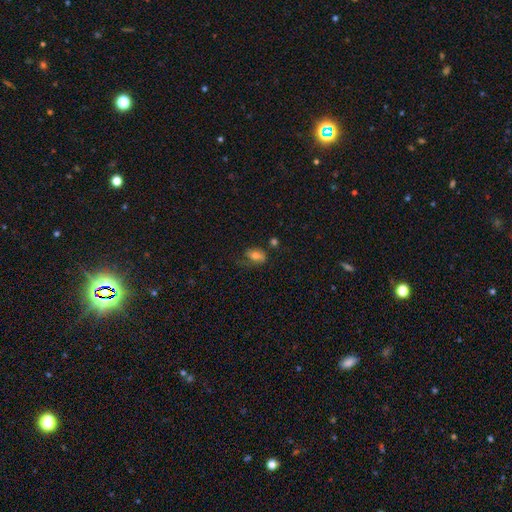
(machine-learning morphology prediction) smooth_or_featured: smooth (p=0.72) [alt: featured or disk p=0.18]
how_rounded: in between (p=0.83) [alt: round p=0.15]
merging: none (p=0.48) [alt: minor disturbance p=0.30]